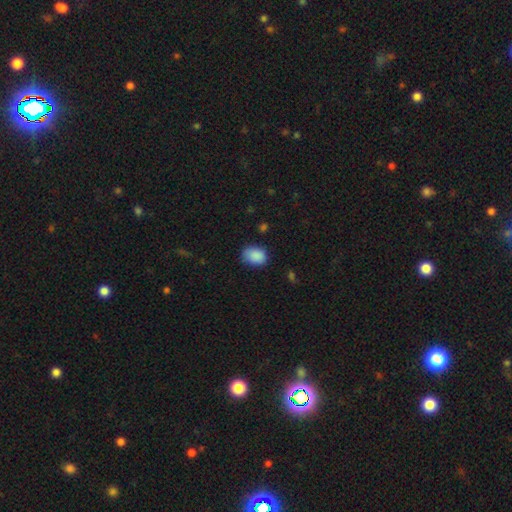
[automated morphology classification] Overall: smooth (88%). How rounded: in between (68%; round 31%). Merging: none (72%).